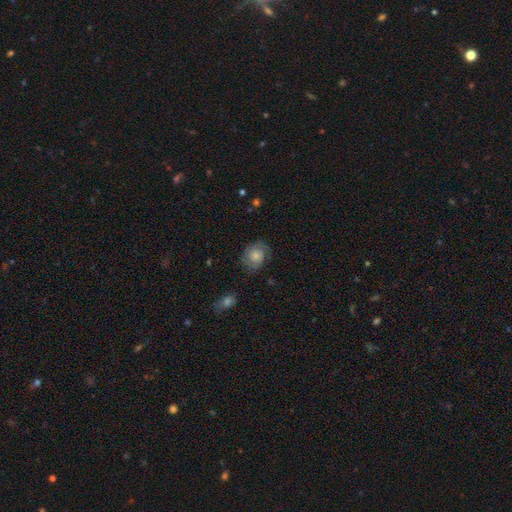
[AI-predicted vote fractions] Smooth or featured? Predicted: featured or disk (p=0.49). Merging? Predicted: none (p=0.68).